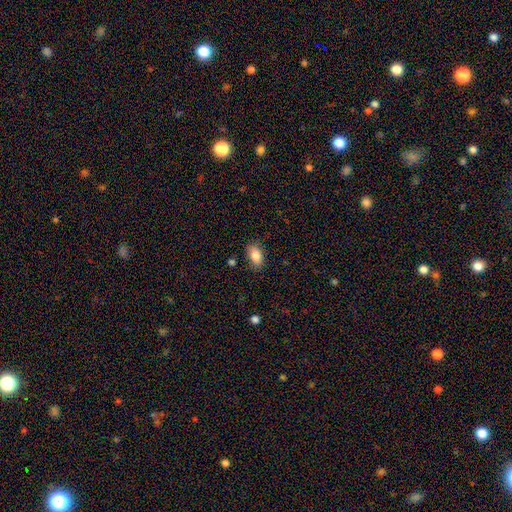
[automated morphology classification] Smooth or featured?
  - smooth: 84% *
  - featured or disk: 8%
  - star or artifact: 7%
How rounded?
  - in between: 91% *
  - round: 6%
  - cigar-shaped: 3%
Merging?
  - none: 82% *
  - minor disturbance: 13%
  - major disturbance: 3%
  - merger: 2%